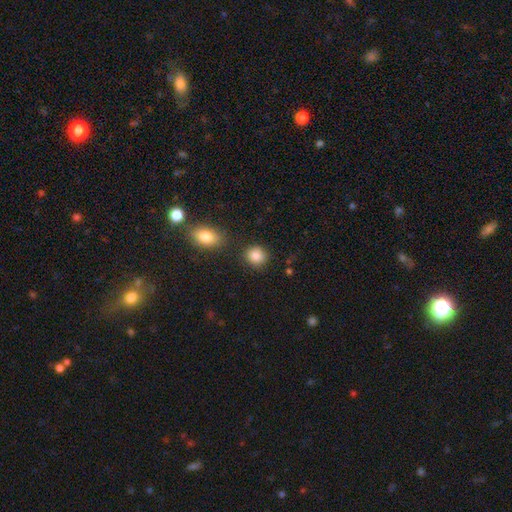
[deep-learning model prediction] Smooth or featured? Predicted: smooth (p=0.87). How rounded? Predicted: round (p=0.81). Merging? Predicted: none (p=0.83).